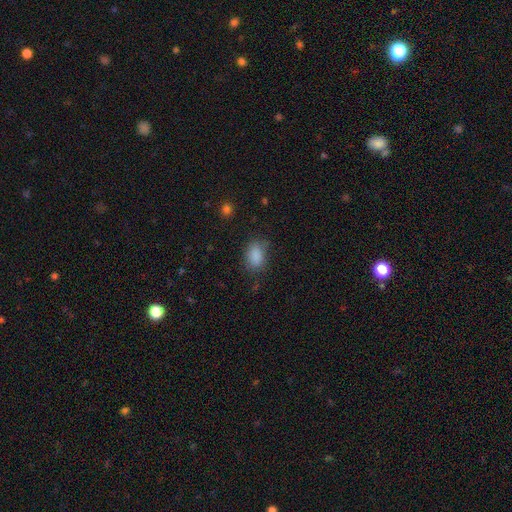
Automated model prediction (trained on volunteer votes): The model was most divided on "merging": none: 69%, minor disturbance: 22%, major disturbance: 7%, merger: 2%. More confident: smooth or featured — smooth (86%); how rounded — in between (84%).